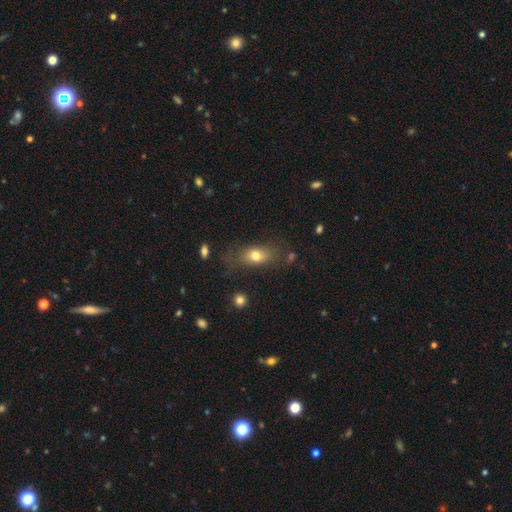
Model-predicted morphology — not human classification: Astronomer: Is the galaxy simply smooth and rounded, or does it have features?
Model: smooth — 74%.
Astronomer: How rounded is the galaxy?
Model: in between — 75%.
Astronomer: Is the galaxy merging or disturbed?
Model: none — 64%.